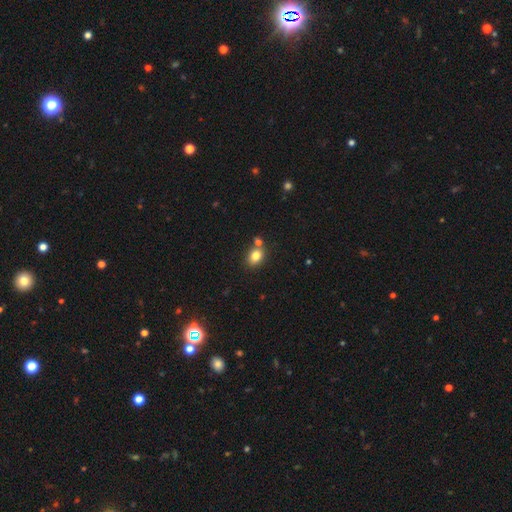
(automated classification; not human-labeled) This is clearly a smooth galaxy (81%). How rounded: likely in between (60%). Merging: likely none (69%).